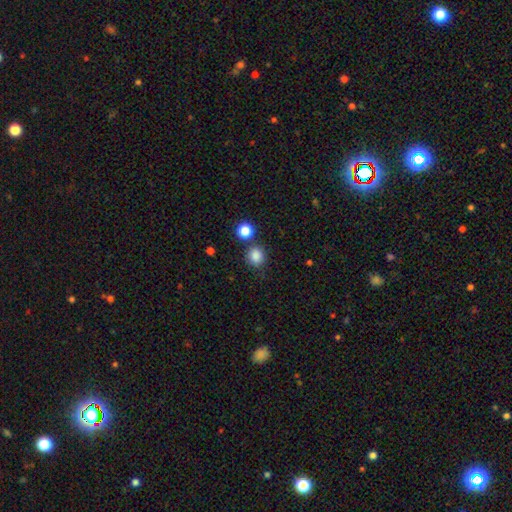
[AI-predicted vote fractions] This appears to be a smooth galaxy with no disk features (84%) that is round (83%). Merging: none (75%).